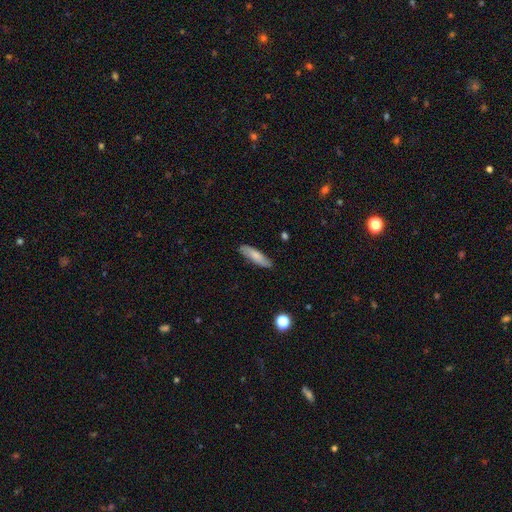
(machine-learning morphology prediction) Smooth or featured? Predicted: smooth (p=0.74). How rounded? Predicted: cigar-shaped (p=0.63). Merging? Predicted: none (p=0.83).